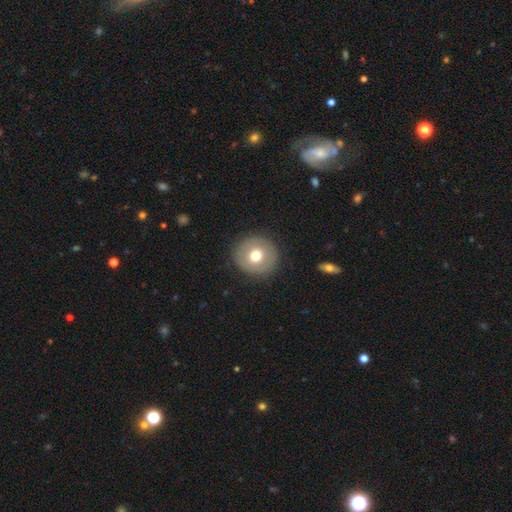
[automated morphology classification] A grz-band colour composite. It shows a smooth galaxy with no disk features (67%) that is round (92%). Merging: none (90%).